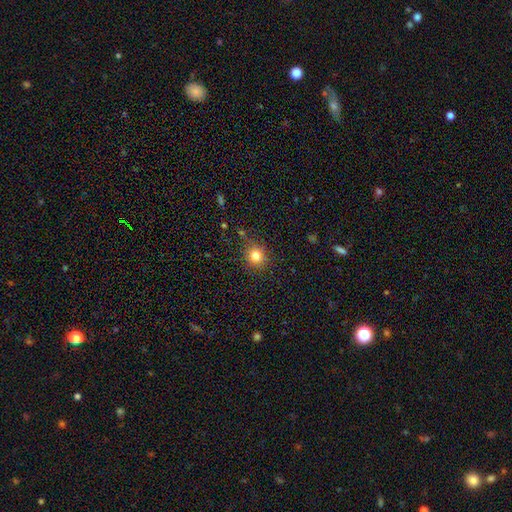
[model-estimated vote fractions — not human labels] Smooth or featured?
  - smooth: 81% *
  - star or artifact: 13%
  - featured or disk: 6%
How rounded?
  - round: 90% *
  - in between: 10%
  - cigar-shaped: 1%
Merging?
  - none: 84% *
  - minor disturbance: 10%
  - major disturbance: 3%
  - merger: 2%